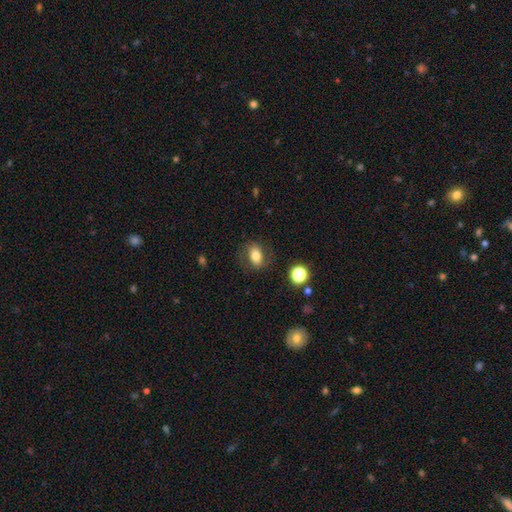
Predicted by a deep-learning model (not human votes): A smooth galaxy with no disk features (74%) that is in between round and cigar-shaped (75%). Merging: none (77%).